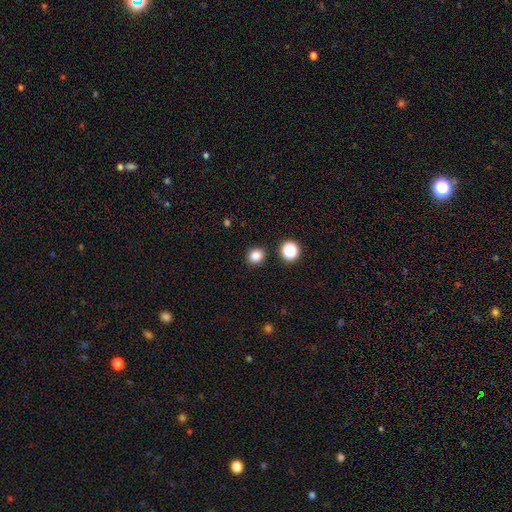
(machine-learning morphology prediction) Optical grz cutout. It shows a smooth galaxy with no disk features (84%) that is round (80%). Merging: none (89%).